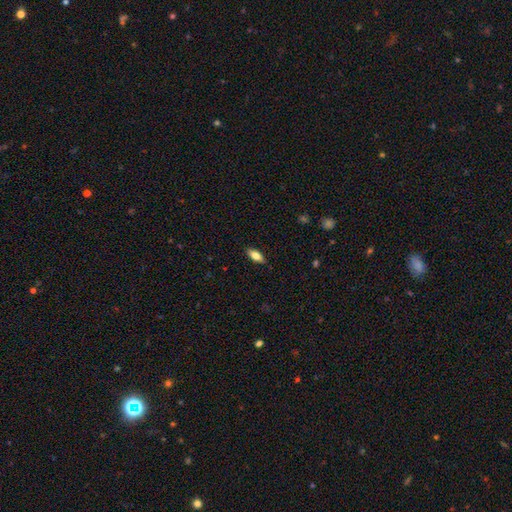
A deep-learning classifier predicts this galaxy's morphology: type=smooth (75%); roundness=in between (80%); merging=none (87%).